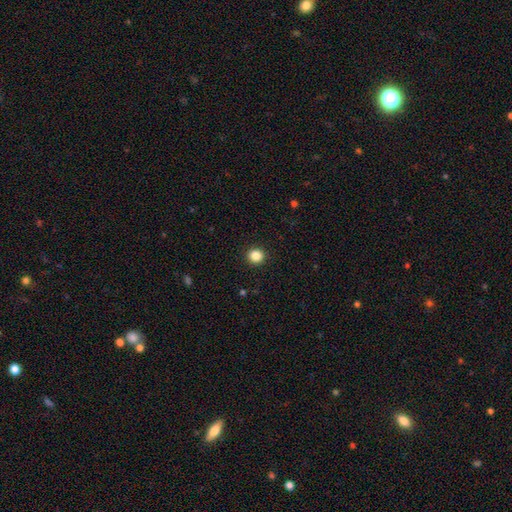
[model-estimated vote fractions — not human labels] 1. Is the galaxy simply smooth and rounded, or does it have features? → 85% smooth, 11% star or artifact, 4% featured or disk.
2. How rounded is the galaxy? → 93% round, 6% in between, 1% cigar-shaped.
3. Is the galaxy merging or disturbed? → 93% none, 4% minor disturbance, 2% major disturbance, 1% merger.